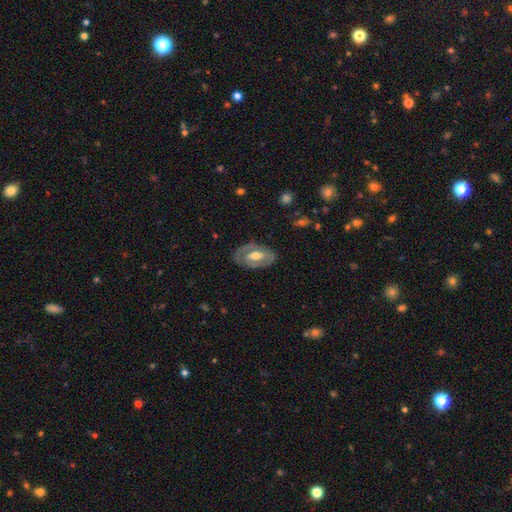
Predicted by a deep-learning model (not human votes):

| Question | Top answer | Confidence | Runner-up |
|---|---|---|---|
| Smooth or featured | featured or disk | 66% | smooth (29%) |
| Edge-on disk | no | 92% | yes (8%) |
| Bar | no | 41% | weak (37%) |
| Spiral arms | no | 51% | yes (49%) |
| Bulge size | moderate | 70% | small (16%) |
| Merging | none | 73% | minor disturbance (18%) |